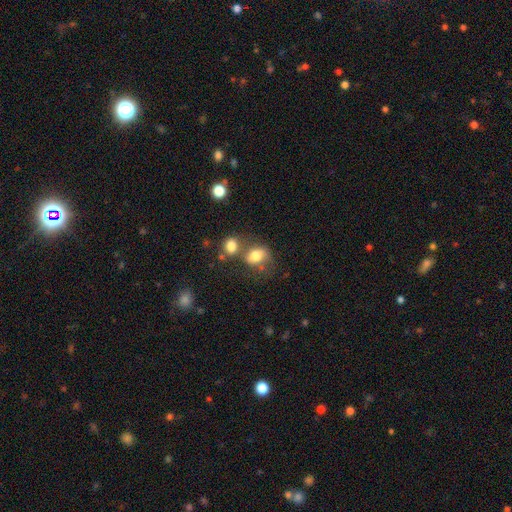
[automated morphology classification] Smooth or featured? smooth (75%)
How rounded? in between (66%)
Merging? none (39%)